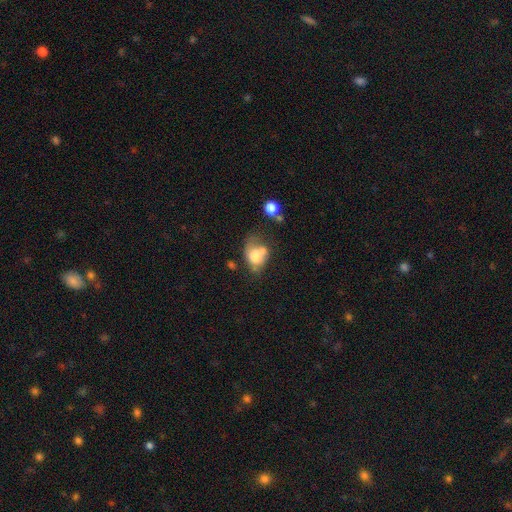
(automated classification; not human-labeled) Smooth or featured? Predicted: smooth (p=0.65). How rounded? Predicted: in between (p=0.63). Merging? Predicted: merger (p=0.30).